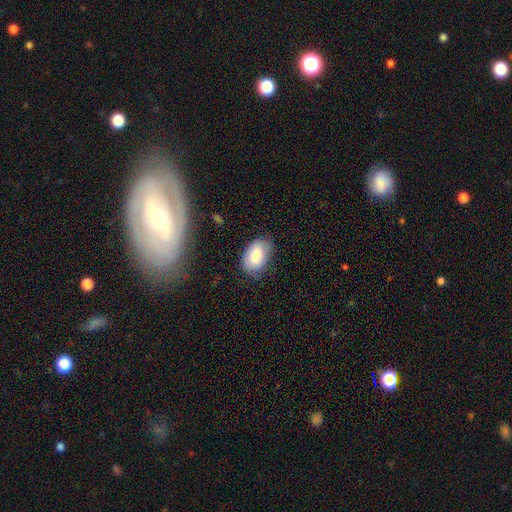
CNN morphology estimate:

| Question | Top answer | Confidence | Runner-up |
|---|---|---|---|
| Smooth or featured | smooth | 81% | featured or disk (11%) |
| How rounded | in between | 91% | round (8%) |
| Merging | none | 71% | minor disturbance (23%) |